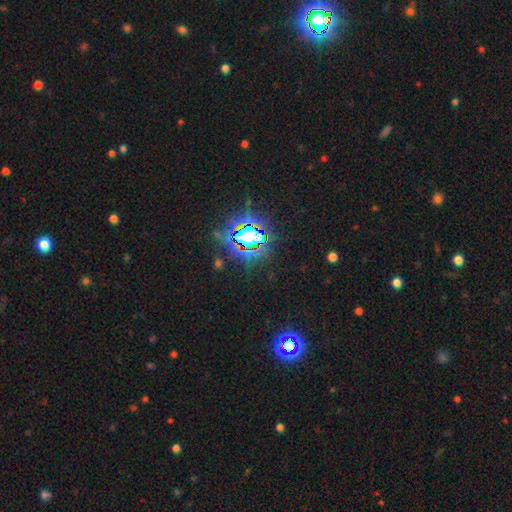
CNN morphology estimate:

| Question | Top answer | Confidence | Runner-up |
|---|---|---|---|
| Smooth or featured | star or artifact | 81% | smooth (11%) |